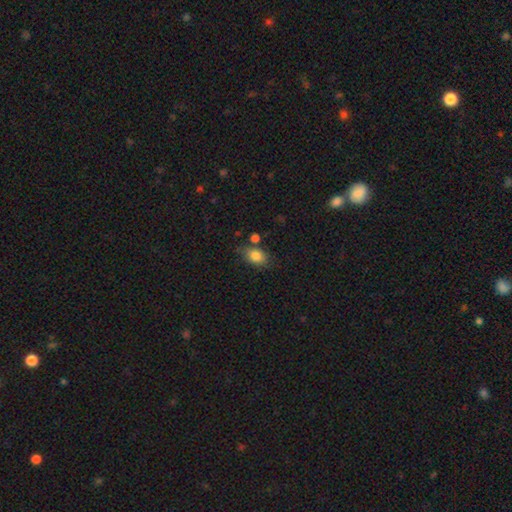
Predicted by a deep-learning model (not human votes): smooth 83%, star or artifact 9%, featured or disk 8%. Down the decision tree: how rounded — in between (78%); merging — none (68%).